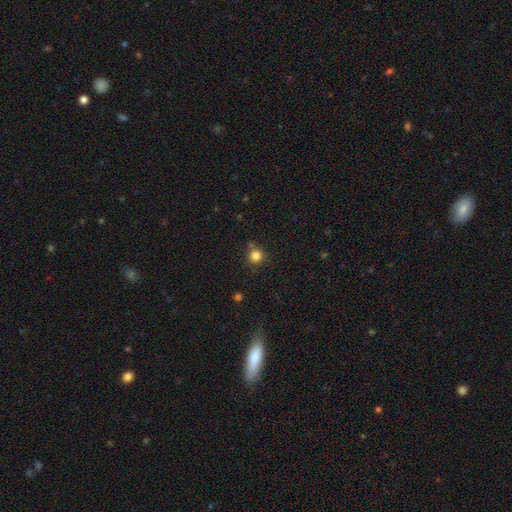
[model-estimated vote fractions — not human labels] Smooth or featured? smooth (82%)
How rounded? round (94%)
Merging? none (80%)